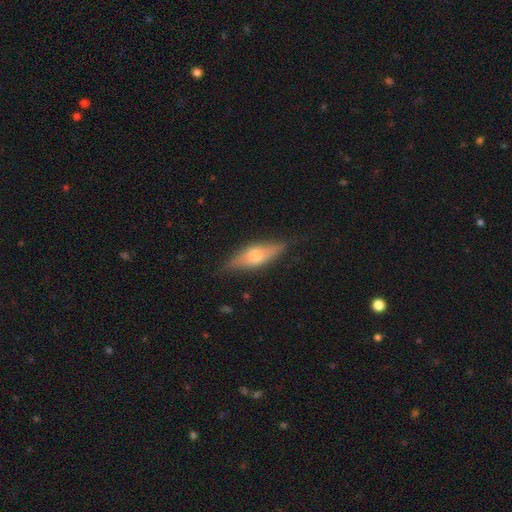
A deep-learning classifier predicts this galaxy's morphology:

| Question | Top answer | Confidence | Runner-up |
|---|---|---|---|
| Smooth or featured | featured or disk | 50% | smooth (43%) |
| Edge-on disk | yes | 86% | no (14%) |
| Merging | none | 75% | minor disturbance (18%) |